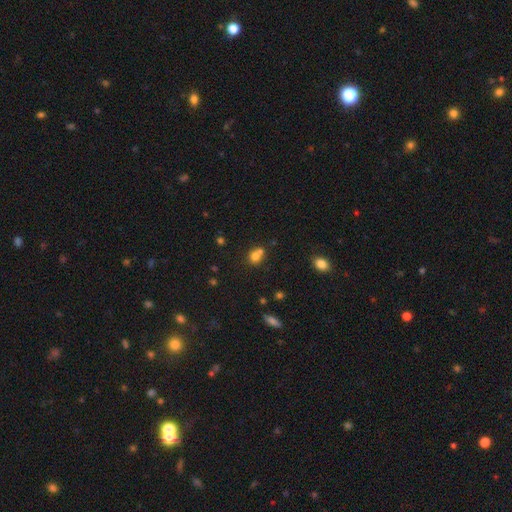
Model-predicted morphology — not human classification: A smooth galaxy with no disk features (73%) that is round (71%). Merging: merger (51%).